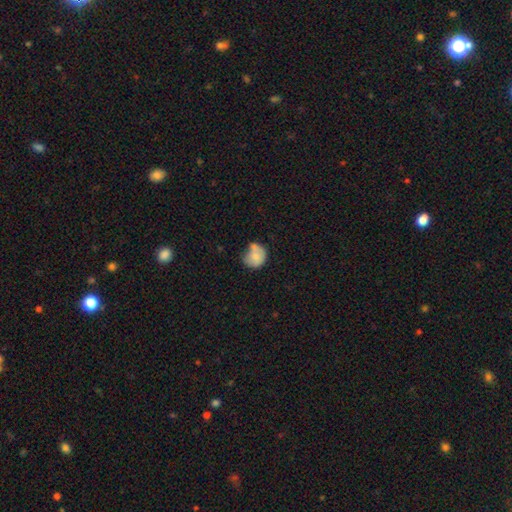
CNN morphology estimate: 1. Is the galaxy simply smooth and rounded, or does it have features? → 75% smooth, 17% featured or disk, 8% star or artifact.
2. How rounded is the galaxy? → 72% round, 28% in between, 1% cigar-shaped.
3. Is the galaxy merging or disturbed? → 41% none, 32% minor disturbance, 16% merger, 11% major disturbance.